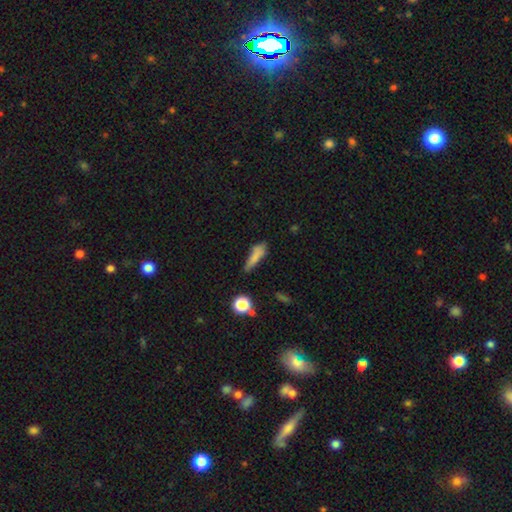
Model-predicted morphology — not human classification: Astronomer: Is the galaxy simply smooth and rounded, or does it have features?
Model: smooth — 73%.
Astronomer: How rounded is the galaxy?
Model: cigar-shaped — 63%.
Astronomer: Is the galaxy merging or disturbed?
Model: none — 46% (runner-up: minor disturbance, 33%).